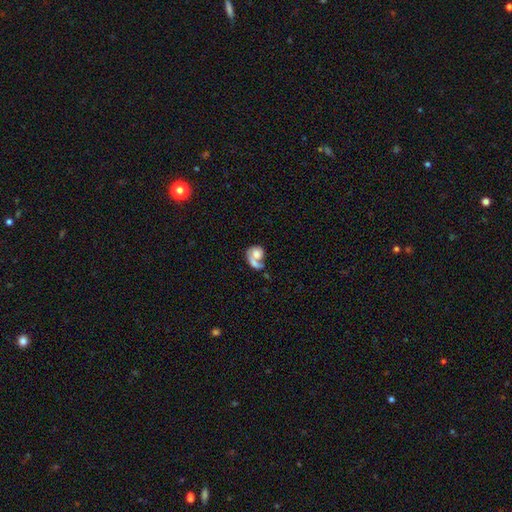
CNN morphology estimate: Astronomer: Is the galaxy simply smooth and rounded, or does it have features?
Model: featured or disk — 46%, tied with smooth at 46%.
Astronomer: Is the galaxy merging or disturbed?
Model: merger — 40% (runner-up: none, 27%).